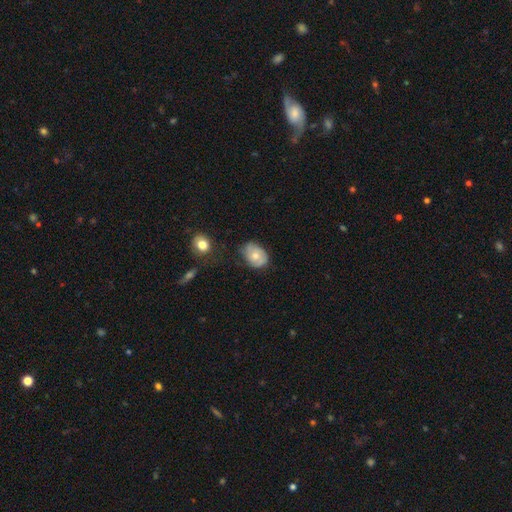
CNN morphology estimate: type=smooth (63%); roundness=in between (70%); merging=none (55%).